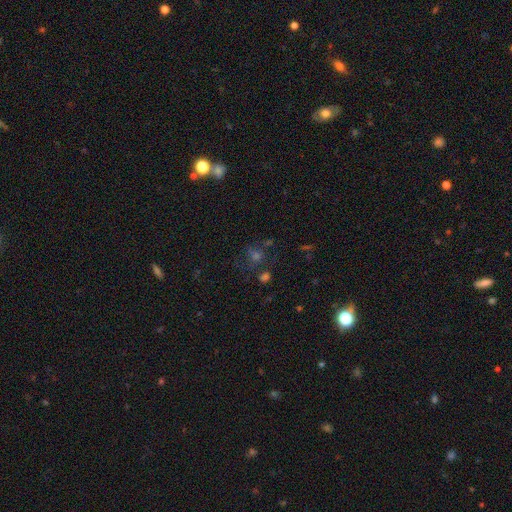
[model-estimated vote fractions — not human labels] A star or artifact, not a galaxy (45%).

Vote fractions:
- Smooth or featured? star or artifact: 45% / smooth: 38% / featured or disk: 16%